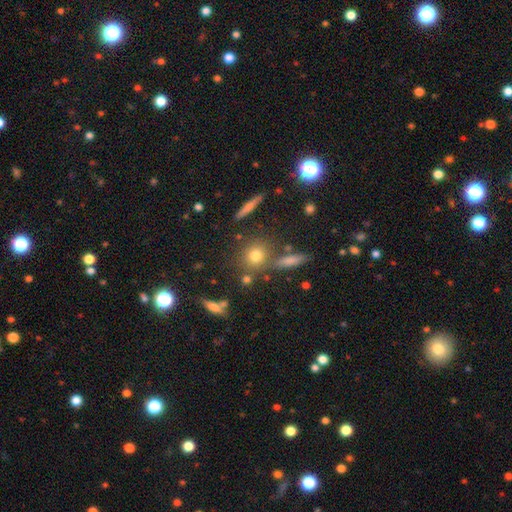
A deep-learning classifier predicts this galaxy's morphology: The model was most divided on "smooth or featured": smooth: 73%, star or artifact: 15%, featured or disk: 12%. More confident: how rounded — round (81%); merging — none (73%).